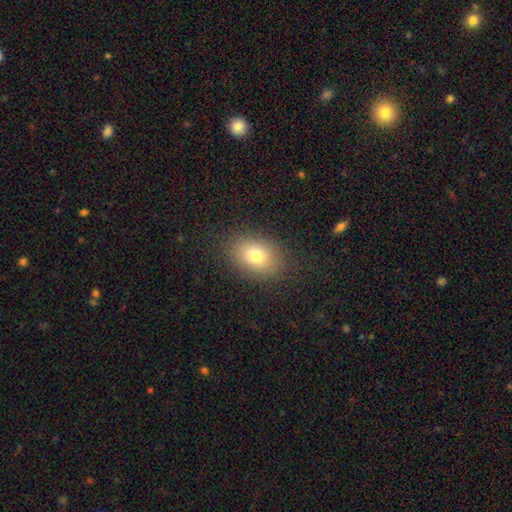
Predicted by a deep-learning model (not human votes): Smooth or featured? Predicted: smooth (p=0.78). How rounded? Predicted: in between (p=0.76). Merging? Predicted: none (p=0.85).